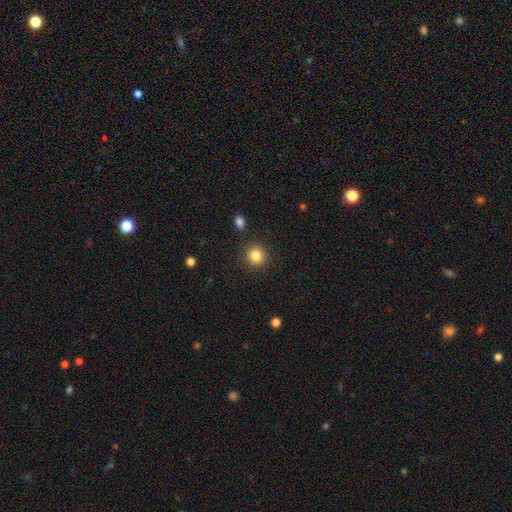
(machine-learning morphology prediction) The model was most divided on "smooth or featured": smooth: 84%, star or artifact: 11%, featured or disk: 5%. More confident: how rounded — round (92%); merging — none (90%).